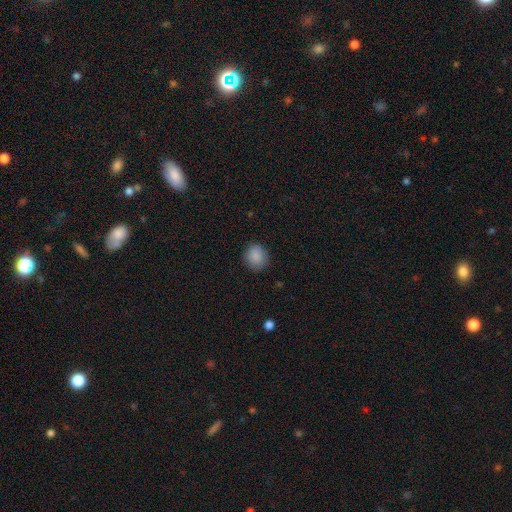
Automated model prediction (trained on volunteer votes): This is clearly a smooth galaxy (88%). How rounded: clearly round (86%). Merging: clearly none (87%).